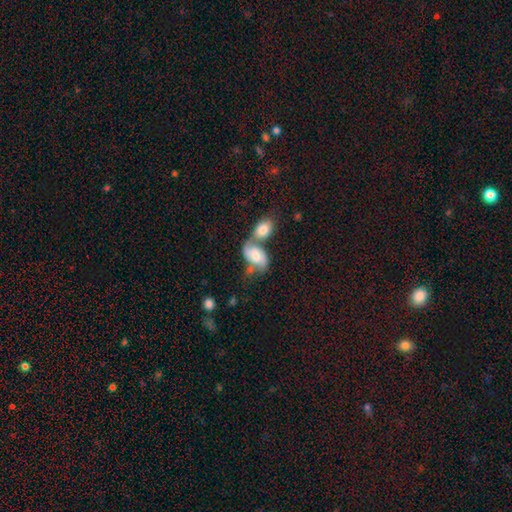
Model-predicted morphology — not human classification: Overall: smooth (50%; featured or disk 43%). How rounded: in between (89%). Merging: merger (60%; none 22%).